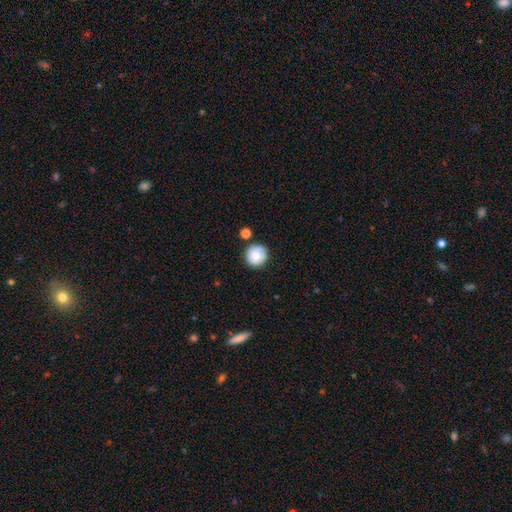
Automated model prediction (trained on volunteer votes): Q: Smooth or featured?
A: smooth (76%); runner-up: featured or disk (16%)
Q: How rounded?
A: round (94%); runner-up: in between (5%)
Q: Merging?
A: none (77%); runner-up: minor disturbance (14%)